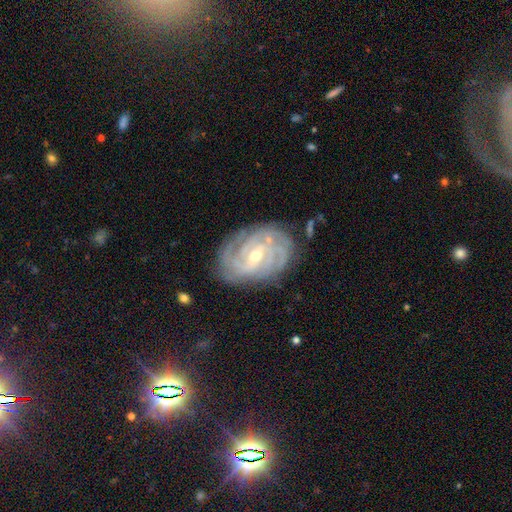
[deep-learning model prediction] featured or disk 89%, smooth 6%, star or artifact 5%. Down the decision tree: edge-on disk — no (97%); bar — weak (50%); spiral arms — yes (97%); spiral arm count — can't tell (25%); spiral winding — tight (76%); bulge size — small (50%); merging — none (79%).